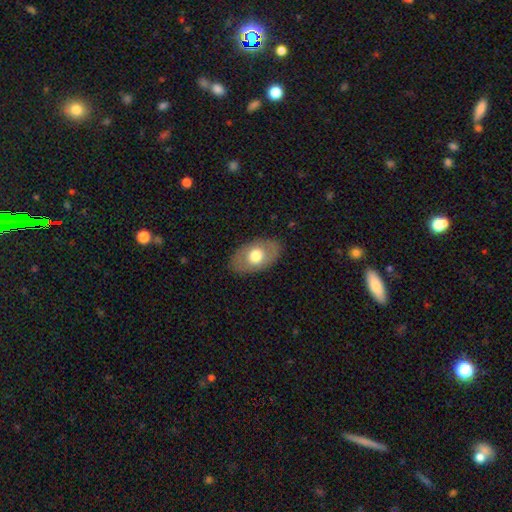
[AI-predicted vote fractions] A smooth galaxy with no disk features (62%) that is in between round and cigar-shaped (88%).

Vote fractions:
- Smooth or featured? smooth: 62% / featured or disk: 32% / star or artifact: 6%
- How rounded? in between: 88% / round: 11% / cigar-shaped: 1%
- Merging? none: 84% / minor disturbance: 11% / major disturbance: 3% / merger: 1%